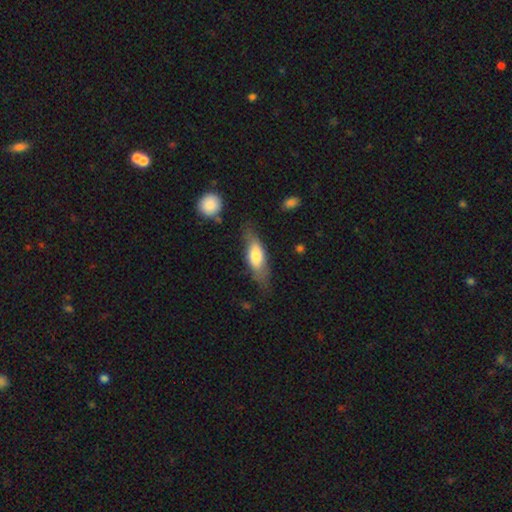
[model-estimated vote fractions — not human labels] smooth 62%, featured or disk 33%, star or artifact 6%. Down the decision tree: how rounded — in between (60%); merging — none (66%).